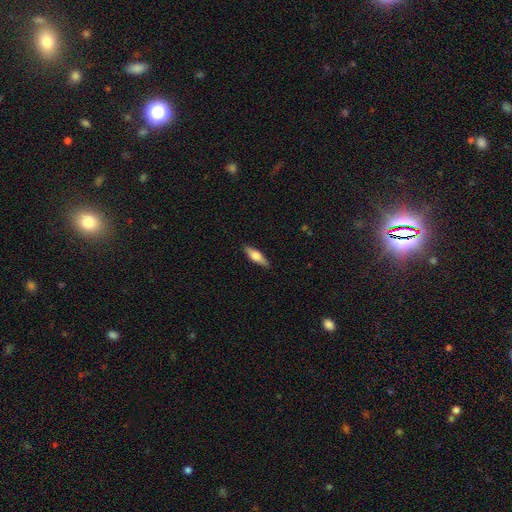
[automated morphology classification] Overall: smooth (56%; featured or disk 38%). How rounded: cigar-shaped (49%; in between 48%). Merging: none (89%).